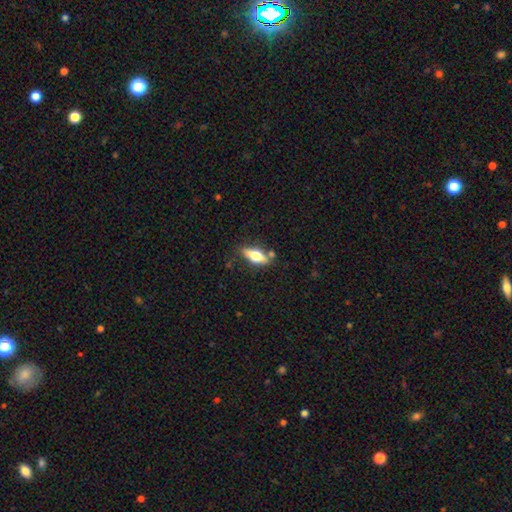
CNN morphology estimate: Smooth or featured? Predicted: smooth (p=0.51). How rounded? Predicted: in between (p=0.70). Merging? Predicted: none (p=0.73).